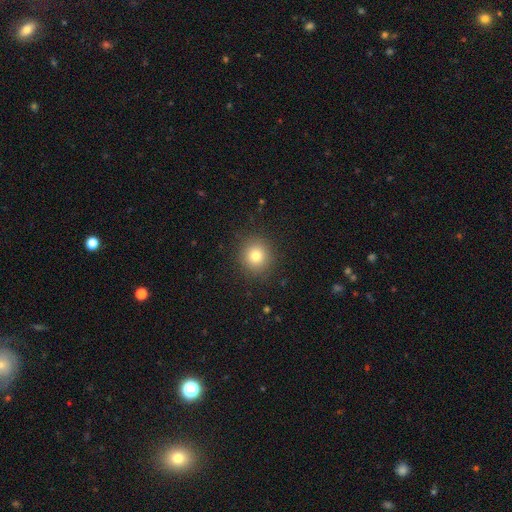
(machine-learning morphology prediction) Q: Smooth or featured?
A: smooth (79%); runner-up: star or artifact (13%)
Q: How rounded?
A: round (91%); runner-up: in between (8%)
Q: Merging?
A: none (90%); runner-up: minor disturbance (6%)